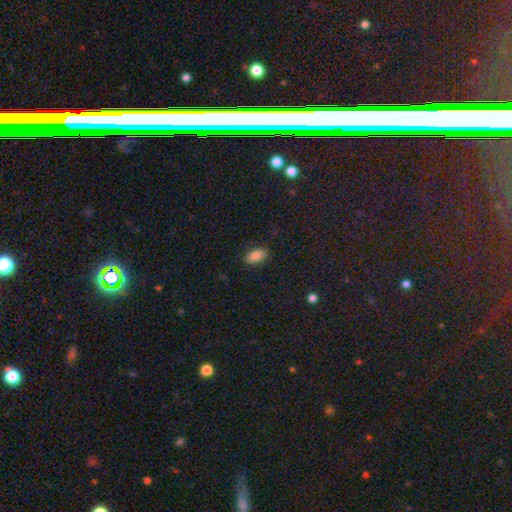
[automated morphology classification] The model was most divided on "smooth or featured": smooth: 81%, featured or disk: 10%, star or artifact: 9%. More confident: how rounded — in between (91%); merging — none (85%).